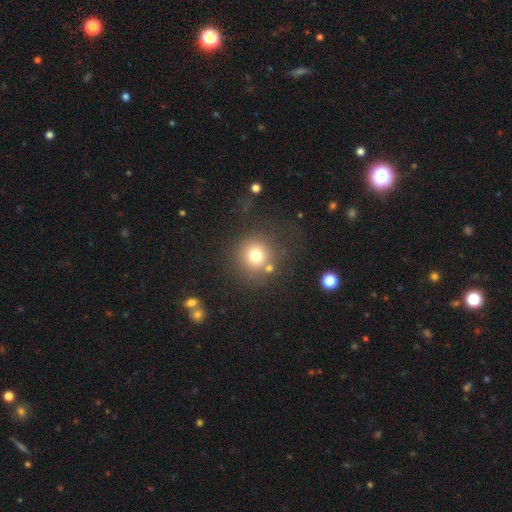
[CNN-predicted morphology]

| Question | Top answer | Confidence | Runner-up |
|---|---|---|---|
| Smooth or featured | smooth | 75% | star or artifact (14%) |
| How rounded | round | 92% | in between (7%) |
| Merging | none | 73% | minor disturbance (11%) |